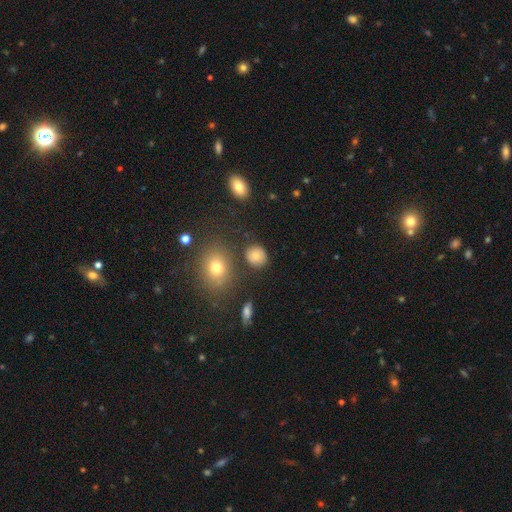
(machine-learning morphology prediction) smooth 81%, star or artifact 11%, featured or disk 8%. Down the decision tree: how rounded — round (72%); merging — none (81%).